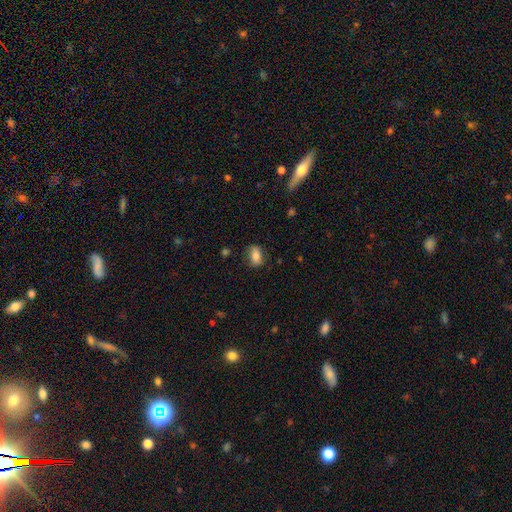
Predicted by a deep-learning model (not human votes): This appears to be a smooth galaxy with no disk features (80%) that is in between round and cigar-shaped (84%). Merging: none (79%).